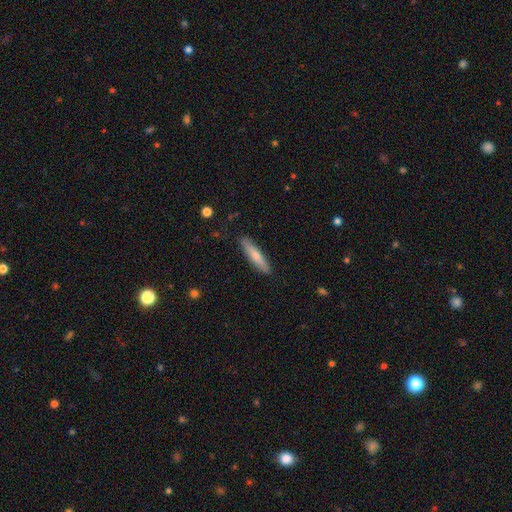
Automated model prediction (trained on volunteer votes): Smooth or featured? Predicted: smooth (p=0.70). How rounded? Predicted: cigar-shaped (p=0.84). Merging? Predicted: none (p=0.88).